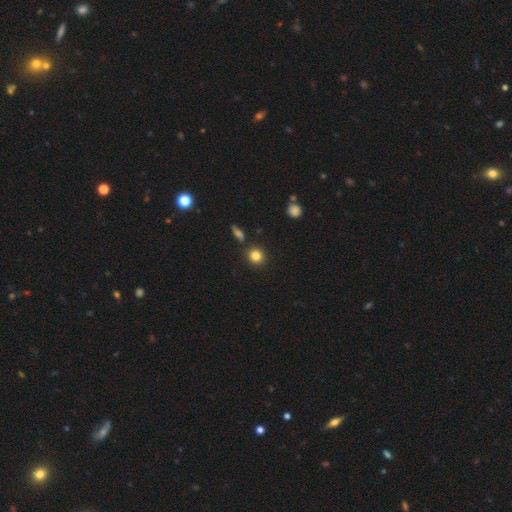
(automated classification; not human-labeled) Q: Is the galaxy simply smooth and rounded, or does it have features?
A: smooth — 83%.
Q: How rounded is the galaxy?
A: round — 88%.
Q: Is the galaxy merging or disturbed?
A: none — 86%.